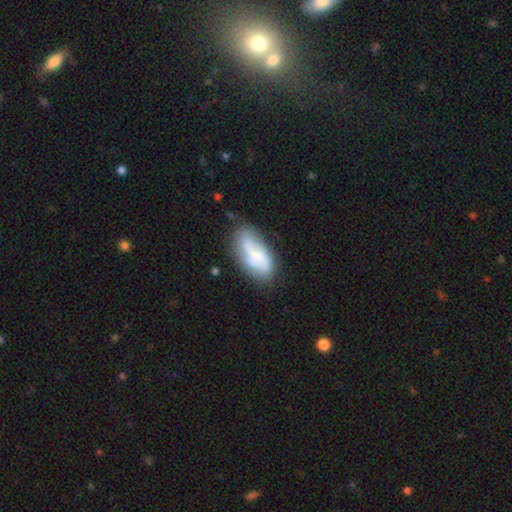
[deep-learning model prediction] featured or disk 49%, smooth 44%, star or artifact 8%. Down the decision tree: merging — none (63%).